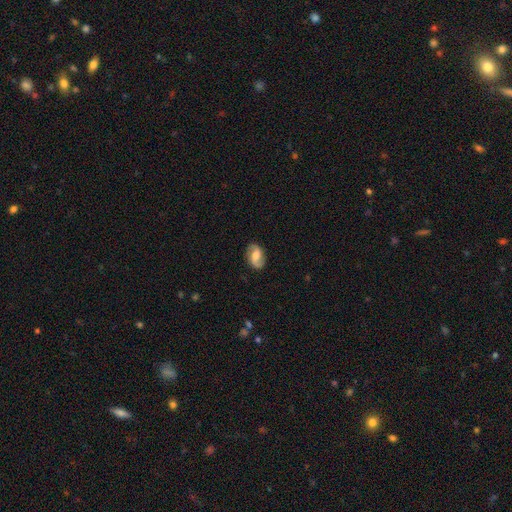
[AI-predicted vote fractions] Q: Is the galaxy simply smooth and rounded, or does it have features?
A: featured or disk — 68%.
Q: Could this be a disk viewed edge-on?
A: no — 97%.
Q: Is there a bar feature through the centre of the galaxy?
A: weak — 45%.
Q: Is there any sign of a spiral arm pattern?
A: yes — 92%.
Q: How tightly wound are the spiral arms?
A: loose — 49%.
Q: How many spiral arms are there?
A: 2 — 91%.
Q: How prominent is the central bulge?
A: moderate — 61%.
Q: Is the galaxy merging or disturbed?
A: none — 84%.